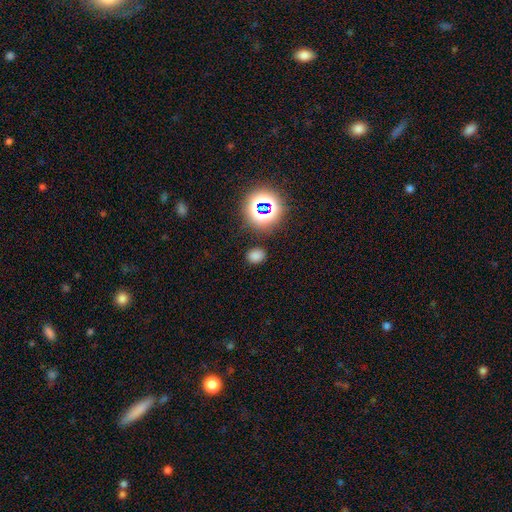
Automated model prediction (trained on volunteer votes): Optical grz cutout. It shows a smooth galaxy with no disk features (71%) that is in between round and cigar-shaped (51%). Merging: none (84%).